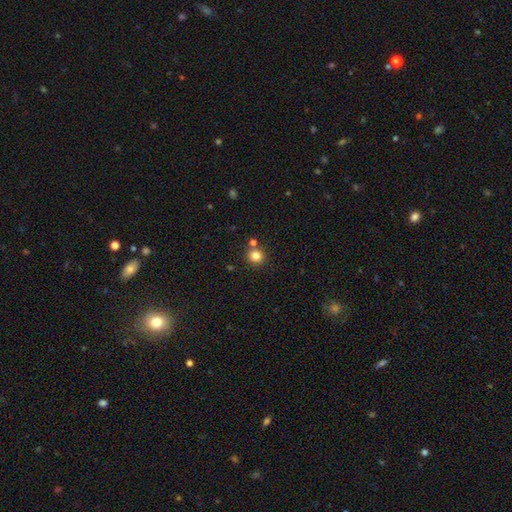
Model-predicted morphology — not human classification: type=smooth (82%); roundness=round (91%); merging=none (78%).